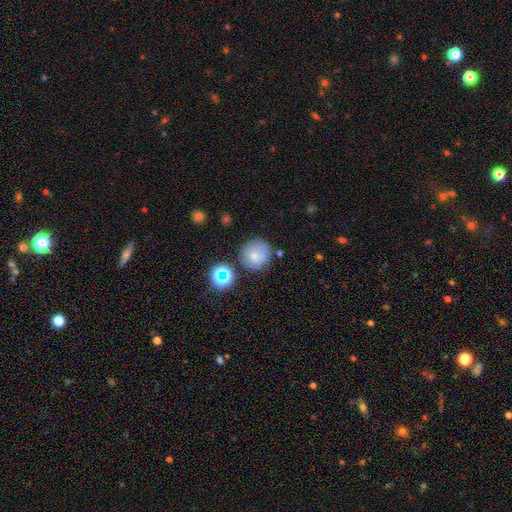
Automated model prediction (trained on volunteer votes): Smooth or featured?
  - smooth: 71% *
  - featured or disk: 15%
  - star or artifact: 13%
How rounded?
  - round: 92% *
  - in between: 7%
  - cigar-shaped: 1%
Merging?
  - none: 72% *
  - minor disturbance: 15%
  - merger: 8%
  - major disturbance: 5%